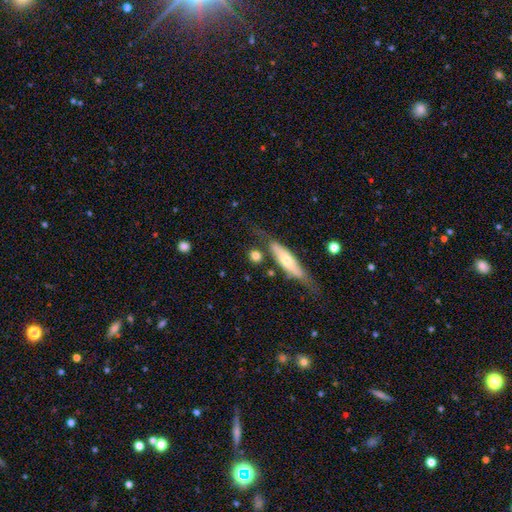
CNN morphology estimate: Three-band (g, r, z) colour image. It shows a smooth galaxy with no disk features (70%) that is round (50%). Merging: none (66%).